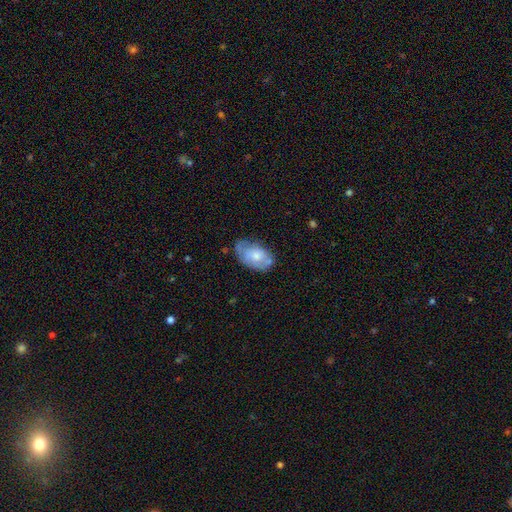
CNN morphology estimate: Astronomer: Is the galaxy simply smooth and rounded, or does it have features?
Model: smooth — 55% (runner-up: featured or disk, 38%).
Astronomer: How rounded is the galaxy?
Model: in between — 91%.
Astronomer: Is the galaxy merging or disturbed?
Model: none — 52% (runner-up: minor disturbance, 33%).